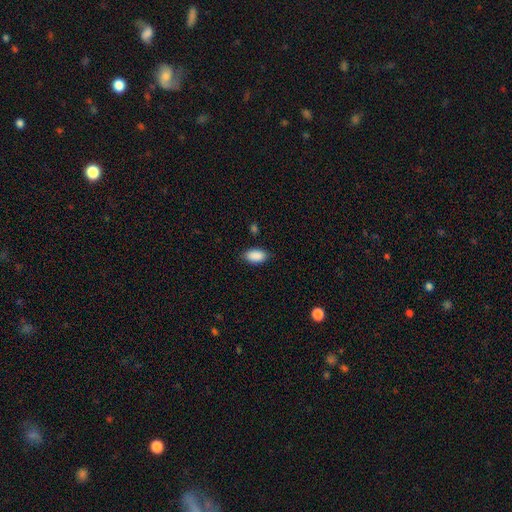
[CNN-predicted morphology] Smooth or featured? smooth (90%)
How rounded? in between (93%)
Merging? none (83%)